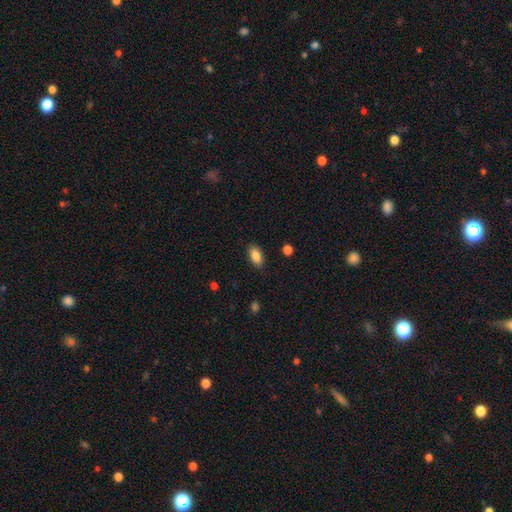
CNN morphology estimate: type=smooth (87%); roundness=in between (91%); merging=none (87%).